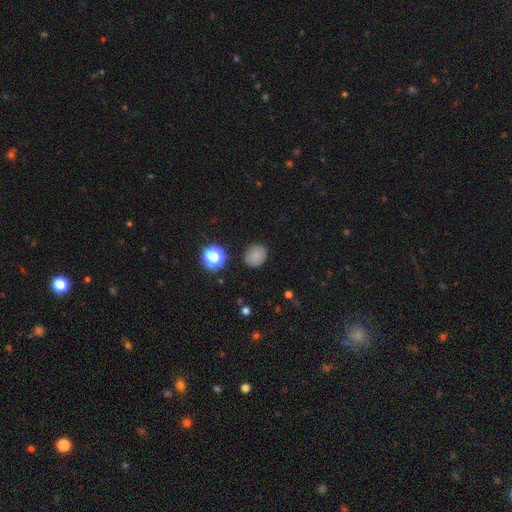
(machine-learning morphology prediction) Overall: smooth (80%). How rounded: round (72%). Merging: none (83%).